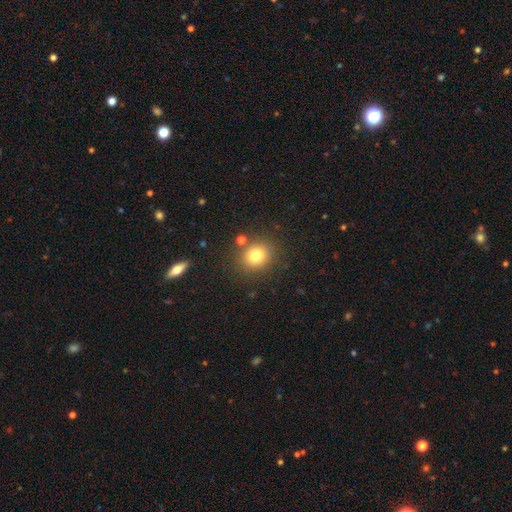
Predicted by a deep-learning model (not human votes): Smooth or featured? Predicted: smooth (p=0.78). How rounded? Predicted: round (p=0.81). Merging? Predicted: none (p=0.83).